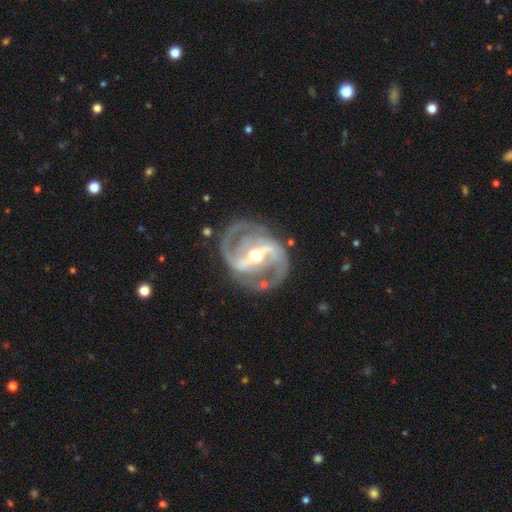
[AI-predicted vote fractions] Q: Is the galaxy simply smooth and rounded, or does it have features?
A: featured or disk — 92%.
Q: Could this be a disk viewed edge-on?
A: no — 97%.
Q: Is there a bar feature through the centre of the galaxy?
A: strong — 69%.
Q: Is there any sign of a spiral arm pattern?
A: yes — 97%.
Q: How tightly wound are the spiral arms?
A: medium — 58%.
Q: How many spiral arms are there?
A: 2 — 88%.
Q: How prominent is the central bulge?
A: moderate — 61%.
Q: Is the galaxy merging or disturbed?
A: none — 79%.